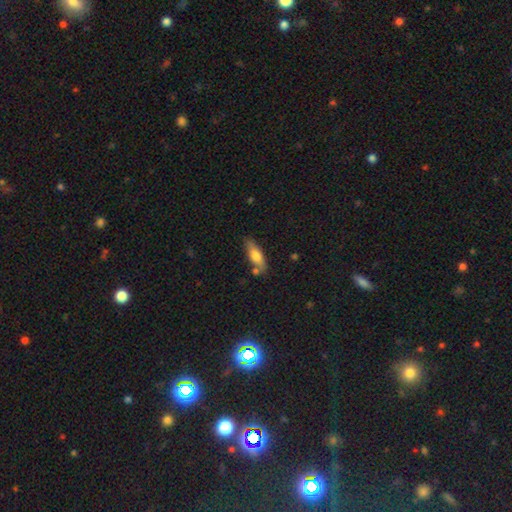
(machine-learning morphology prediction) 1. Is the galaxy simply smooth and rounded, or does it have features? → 70% smooth, 24% featured or disk, 6% star or artifact.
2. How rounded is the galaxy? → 59% in between, 39% cigar-shaped, 2% round.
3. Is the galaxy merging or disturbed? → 70% none, 18% minor disturbance, 9% merger, 4% major disturbance.